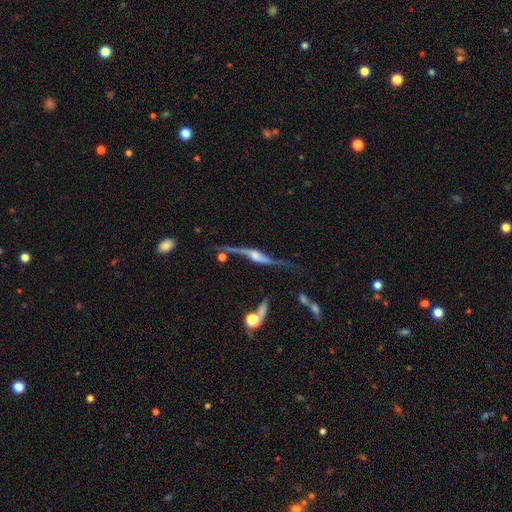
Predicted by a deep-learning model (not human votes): A featured or disk galaxy (86%) viewed edge-on (61%) with a rounded central bulge (79%).

Vote fractions:
- Smooth or featured? featured or disk: 86% / star or artifact: 7% / smooth: 7%
- Edge-on disk? yes: 61% / no: 39%
- Edge-on bulge? rounded: 79% / boxy: 16% / none: 6%
- Merging? none: 58% / minor disturbance: 20% / major disturbance: 14% / merger: 8%